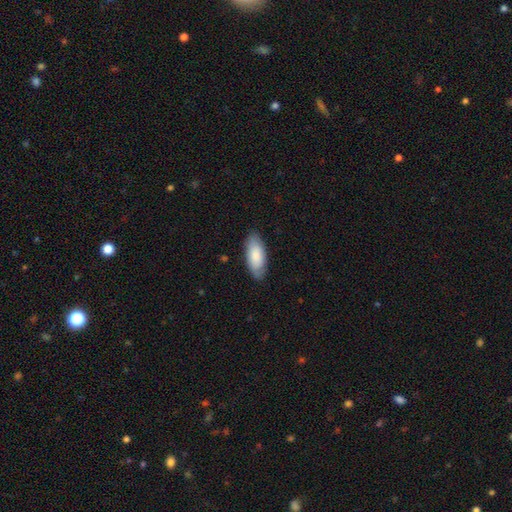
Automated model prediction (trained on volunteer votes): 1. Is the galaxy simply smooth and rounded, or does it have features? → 81% smooth, 14% featured or disk, 5% star or artifact.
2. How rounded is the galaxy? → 85% in between, 13% cigar-shaped, 2% round.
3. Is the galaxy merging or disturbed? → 83% none, 13% minor disturbance, 2% major disturbance, 1% merger.